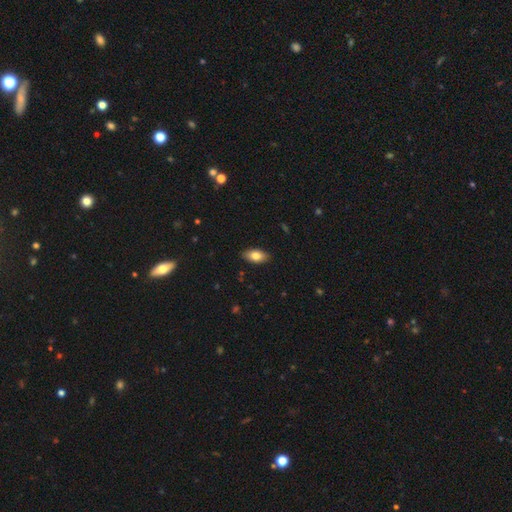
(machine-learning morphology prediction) This appears to be a smooth galaxy with no disk features (80%) that is in between round and cigar-shaped (92%). Merging: none (88%).